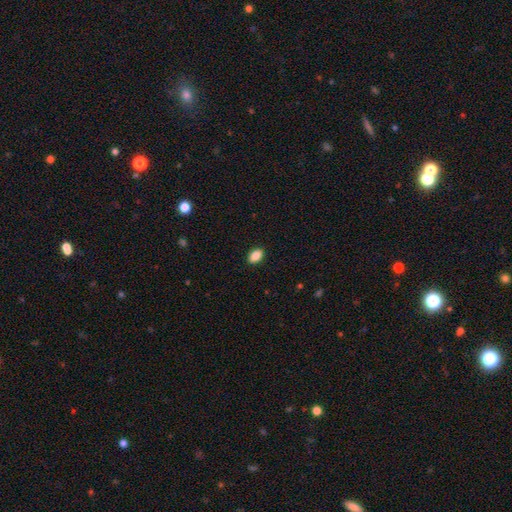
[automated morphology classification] Q: Smooth or featured?
A: smooth (88%); runner-up: star or artifact (8%)
Q: How rounded?
A: in between (89%); runner-up: round (10%)
Q: Merging?
A: none (90%); runner-up: minor disturbance (7%)